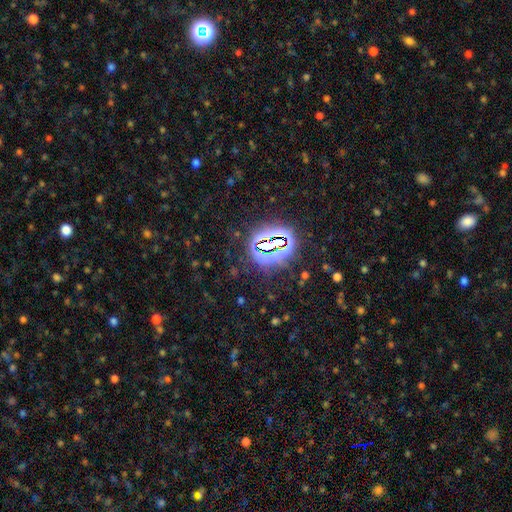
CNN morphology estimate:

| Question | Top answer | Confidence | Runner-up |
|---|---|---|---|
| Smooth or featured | star or artifact | 77% | smooth (15%) |